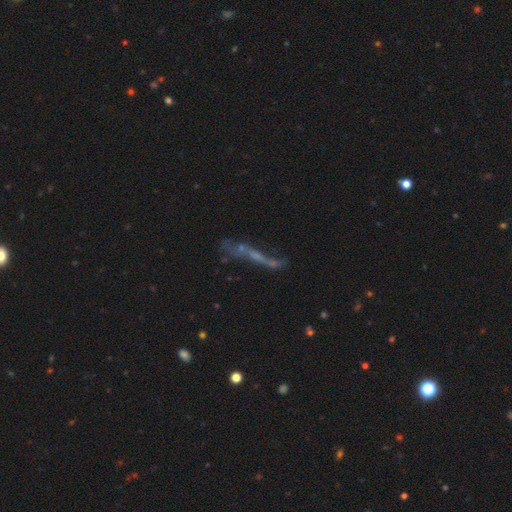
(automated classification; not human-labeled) Smooth or featured? featured or disk (49%)
Merging? none (44%)